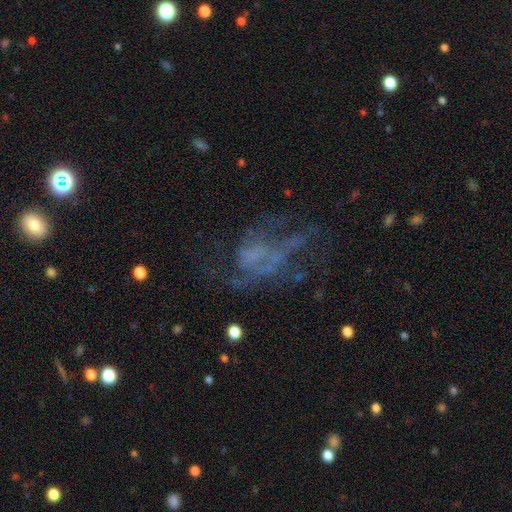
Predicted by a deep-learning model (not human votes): Smooth or featured? featured or disk (61%)
Edge-on disk? no (97%)
Bar? no (81%)
Spiral arms? no (63%)
Bulge size? none (71%)
Merging? major disturbance (43%)